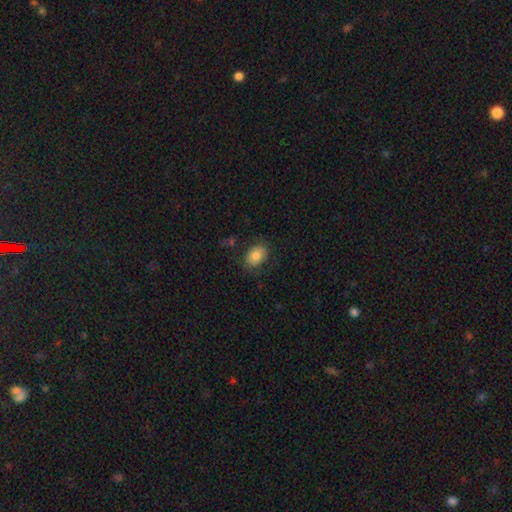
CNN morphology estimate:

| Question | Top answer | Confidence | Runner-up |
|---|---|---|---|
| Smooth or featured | smooth | 82% | featured or disk (10%) |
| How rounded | in between | 75% | round (24%) |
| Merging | none | 80% | minor disturbance (14%) |